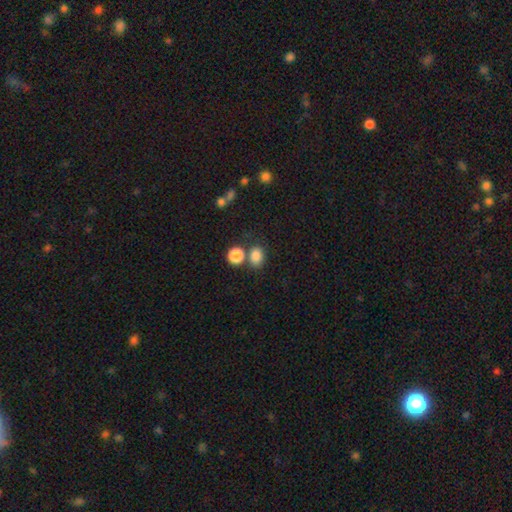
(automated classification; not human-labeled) Smooth or featured: smooth — 83% (star or artifact — 12%)
How rounded: in between — 58% (round — 40%)
Merging: none — 64% (merger — 20%)